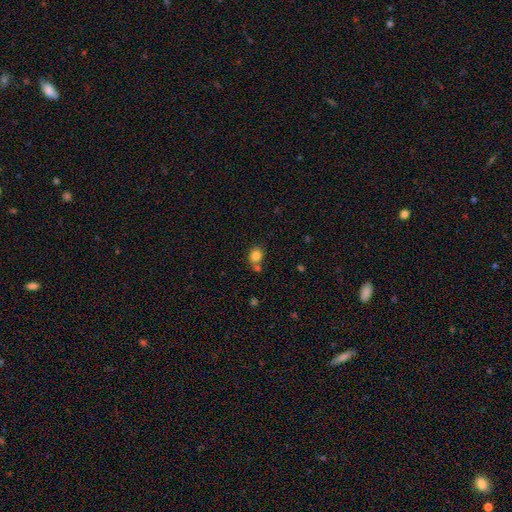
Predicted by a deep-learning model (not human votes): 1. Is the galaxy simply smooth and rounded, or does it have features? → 83% smooth, 11% star or artifact, 6% featured or disk.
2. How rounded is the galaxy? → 71% round, 28% in between, 1% cigar-shaped.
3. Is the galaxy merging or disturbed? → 60% none, 23% merger, 12% minor disturbance, 4% major disturbance.